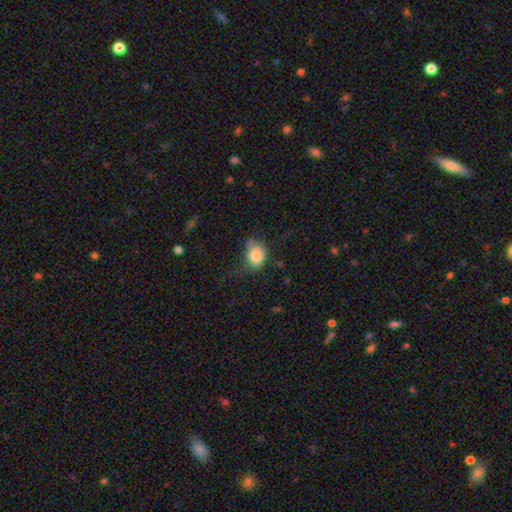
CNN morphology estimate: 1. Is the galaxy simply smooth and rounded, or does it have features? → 81% smooth, 10% featured or disk, 9% star or artifact.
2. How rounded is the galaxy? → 53% in between, 46% round, 1% cigar-shaped.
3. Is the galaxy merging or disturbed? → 51% none, 31% minor disturbance, 13% major disturbance, 4% merger.